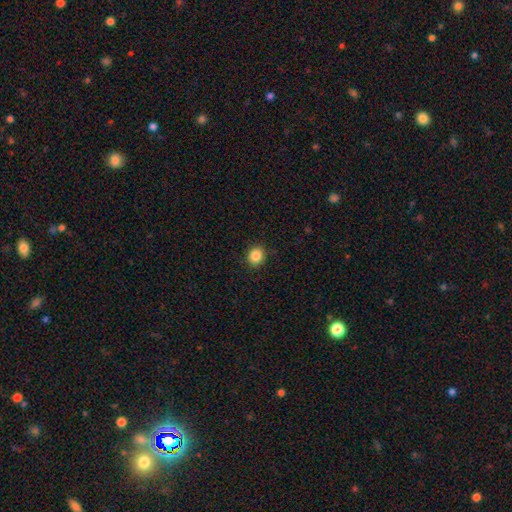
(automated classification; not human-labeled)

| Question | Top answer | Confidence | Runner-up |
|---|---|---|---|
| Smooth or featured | smooth | 86% | star or artifact (10%) |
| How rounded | round | 82% | in between (17%) |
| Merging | none | 91% | minor disturbance (6%) |